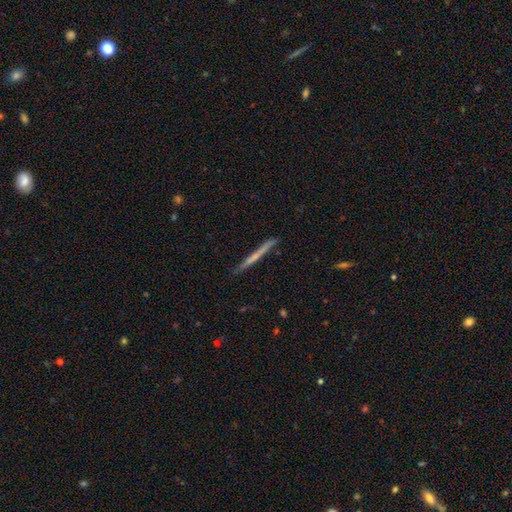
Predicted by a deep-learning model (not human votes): Smooth or featured?
  - featured or disk: 48% *
  - smooth: 46%
  - star or artifact: 6%
Merging?
  - none: 86% *
  - minor disturbance: 10%
  - major disturbance: 2%
  - merger: 1%